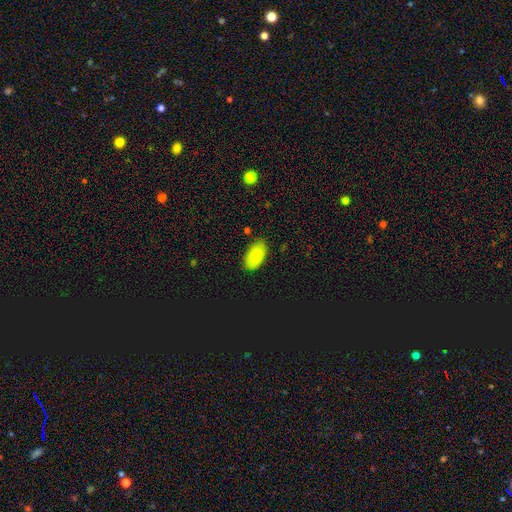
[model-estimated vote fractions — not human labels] This appears to be a smooth galaxy with no disk features (84%) that is in between round and cigar-shaped (94%). Merging: none (79%).